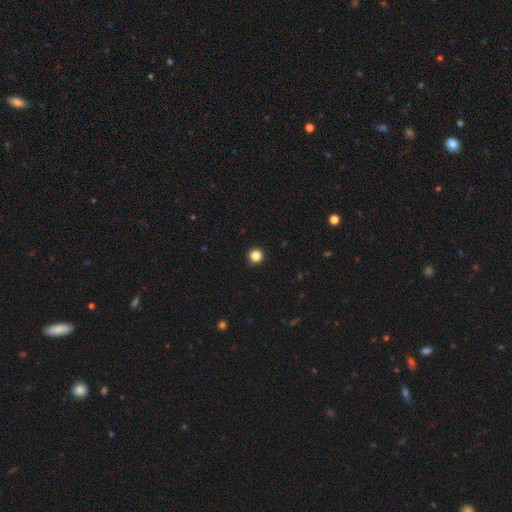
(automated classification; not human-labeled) Smooth or featured? smooth (85%)
How rounded? round (96%)
Merging? none (94%)